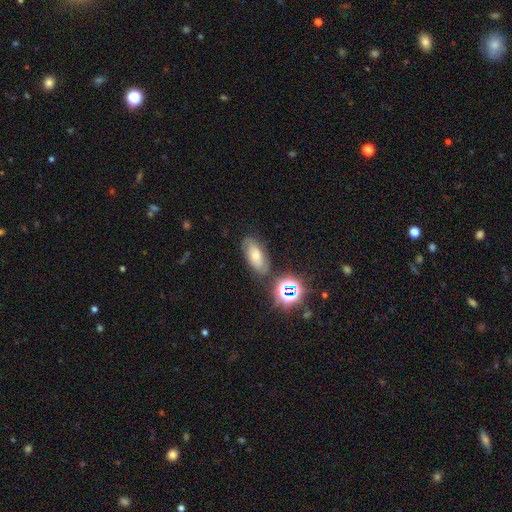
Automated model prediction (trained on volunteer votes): smooth-or-featured: featured or disk: 39% | smooth: 32% | star or artifact: 30%
  merging: none: 77% | minor disturbance: 15% | major disturbance: 5% | merger: 4%